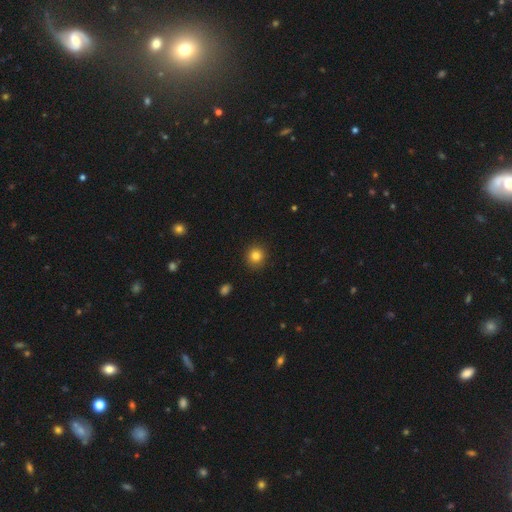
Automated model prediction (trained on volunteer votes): A smooth galaxy with no disk features (83%) that is round (90%). Merging: none (90%).